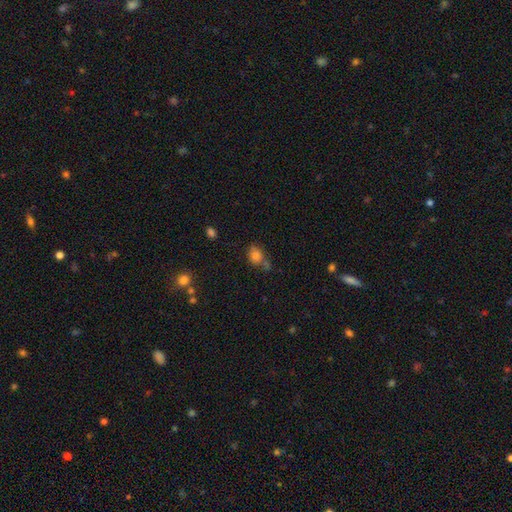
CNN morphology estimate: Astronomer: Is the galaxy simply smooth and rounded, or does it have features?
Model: smooth — 79%.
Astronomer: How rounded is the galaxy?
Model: in between — 56% (runner-up: round, 43%).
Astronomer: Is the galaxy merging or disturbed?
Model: none — 48%.